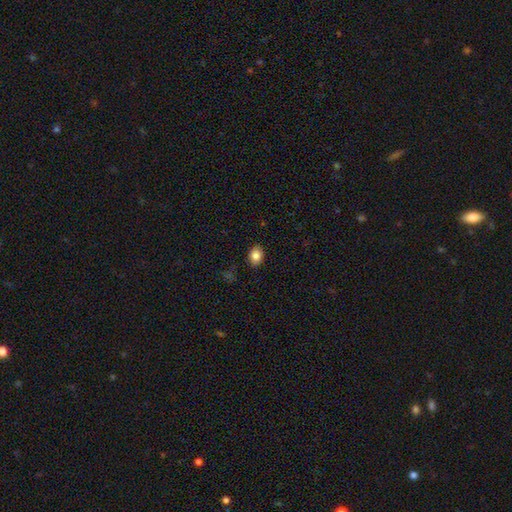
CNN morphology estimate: Smooth or featured? smooth (84%)
How rounded? in between (67%)
Merging? none (89%)